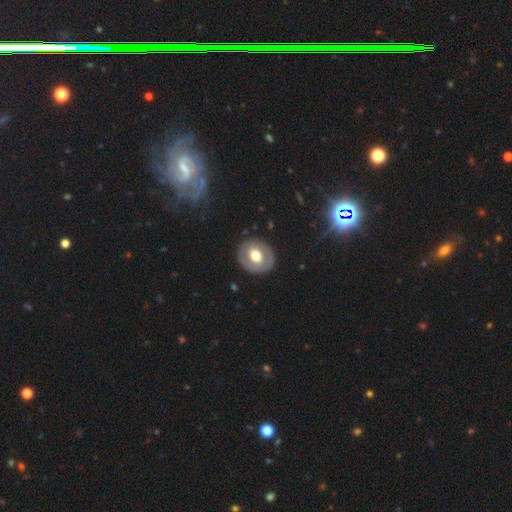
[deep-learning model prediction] Overall: smooth (47%; featured or disk 46%). Merging: none (83%).